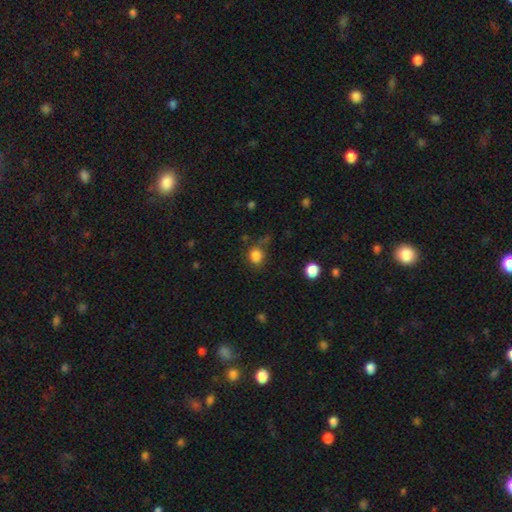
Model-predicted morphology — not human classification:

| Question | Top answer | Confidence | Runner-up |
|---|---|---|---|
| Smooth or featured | smooth | 84% | star or artifact (12%) |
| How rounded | round | 80% | in between (19%) |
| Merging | none | 74% | minor disturbance (16%) |